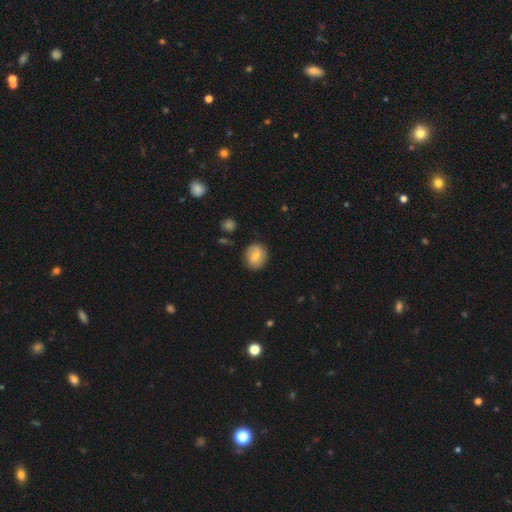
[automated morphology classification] Overall: smooth (53%; featured or disk 40%). How rounded: round (74%). Merging: none (81%).